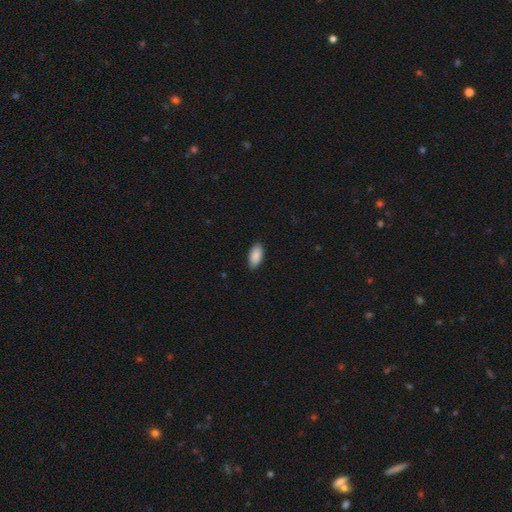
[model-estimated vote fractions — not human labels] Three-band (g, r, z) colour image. It shows a smooth galaxy with no disk features (90%) that is in between round and cigar-shaped (92%). Merging: none (89%).